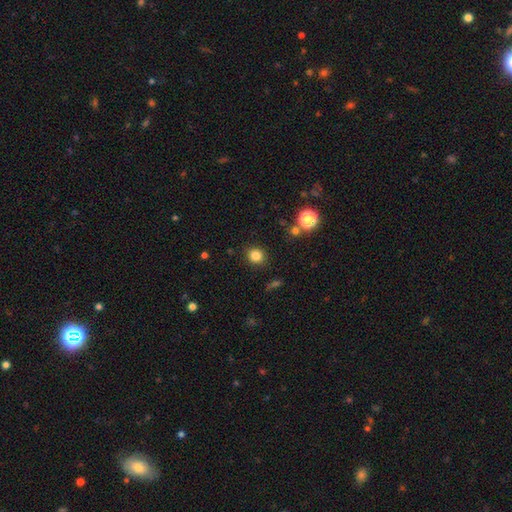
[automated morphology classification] Smooth or featured: smooth — 83% (star or artifact — 13%)
How rounded: round — 84% (in between — 15%)
Merging: none — 88% (minor disturbance — 8%)